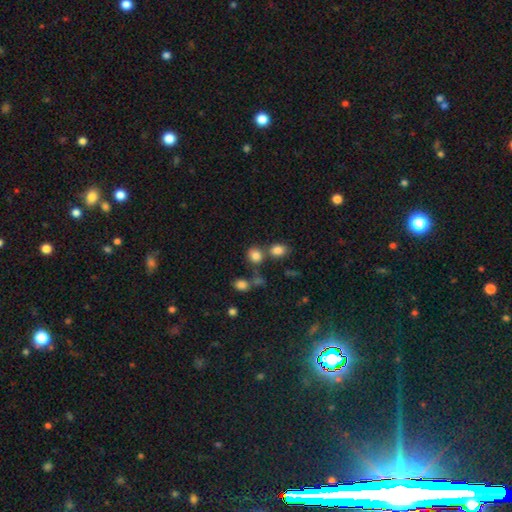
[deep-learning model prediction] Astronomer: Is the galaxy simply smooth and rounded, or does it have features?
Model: smooth — 81%.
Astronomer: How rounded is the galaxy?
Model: round — 67%.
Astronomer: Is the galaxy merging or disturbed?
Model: none — 59%.